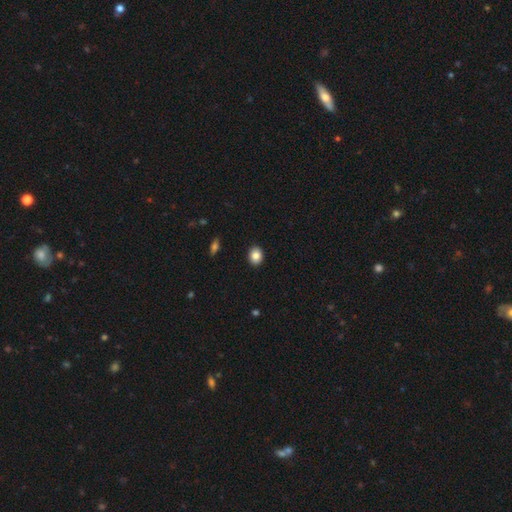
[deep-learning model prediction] Smooth or featured?
  - smooth: 85% *
  - star or artifact: 9%
  - featured or disk: 7%
How rounded?
  - round: 53% *
  - in between: 46%
  - cigar-shaped: 1%
Merging?
  - none: 91% *
  - minor disturbance: 6%
  - major disturbance: 2%
  - merger: 1%